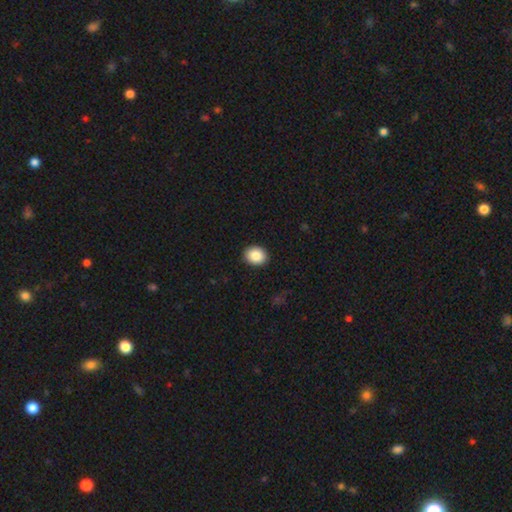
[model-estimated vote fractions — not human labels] Smooth or featured?
  - smooth: 87% *
  - star or artifact: 8%
  - featured or disk: 5%
How rounded?
  - round: 56% *
  - in between: 43%
  - cigar-shaped: 1%
Merging?
  - none: 91% *
  - minor disturbance: 6%
  - major disturbance: 2%
  - merger: 1%